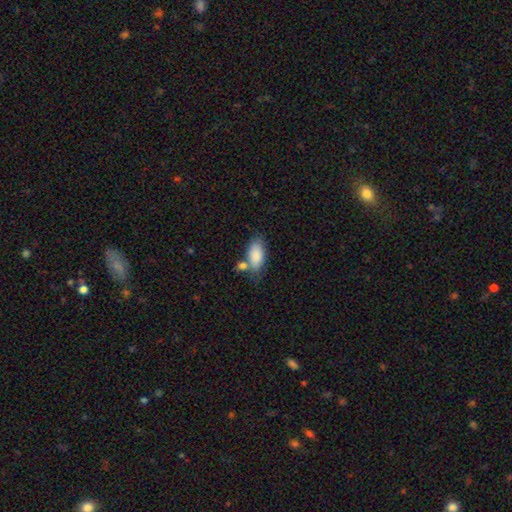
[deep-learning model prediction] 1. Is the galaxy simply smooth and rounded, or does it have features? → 86% smooth, 7% featured or disk, 7% star or artifact.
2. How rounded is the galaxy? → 91% in between, 5% cigar-shaped, 3% round.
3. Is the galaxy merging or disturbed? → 56% none, 21% merger, 18% minor disturbance, 6% major disturbance.